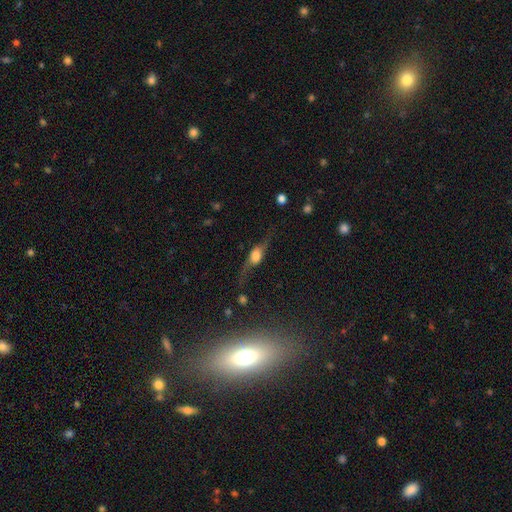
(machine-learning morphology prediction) type=featured or disk (64%); edge-on=yes (68%); merging=none (61%).